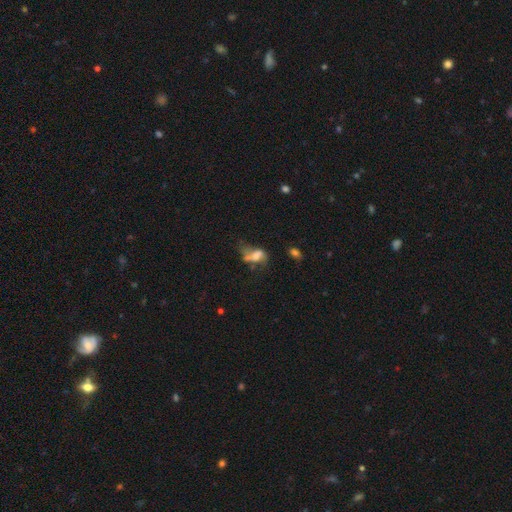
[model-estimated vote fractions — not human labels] This is possibly a featured or disk galaxy (51%). It is clearly not viewed edge-on (94%). Merging: marginally major disturbance (33%).